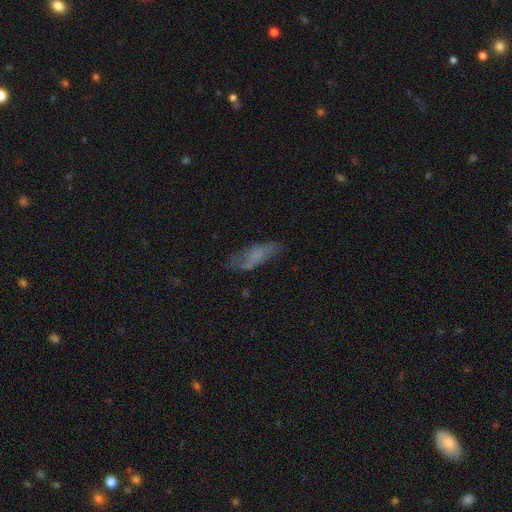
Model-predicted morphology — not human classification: Smooth or featured: smooth — 56% (featured or disk — 34%)
How rounded: in between — 58% (cigar-shaped — 40%)
Merging: none — 58% (minor disturbance — 25%)